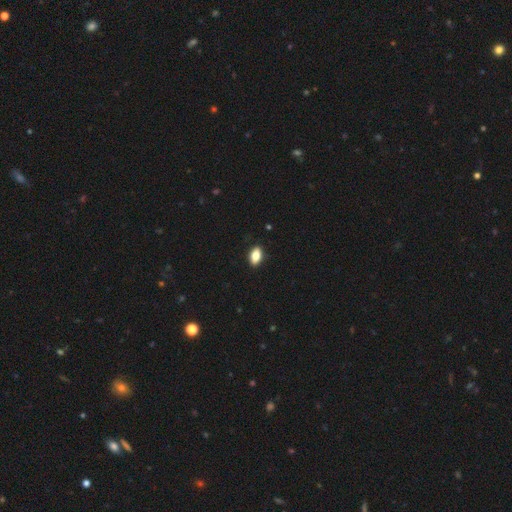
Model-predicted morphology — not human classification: A smooth galaxy with no disk features (82%) that is in between round and cigar-shaped (90%). Merging: none (88%).